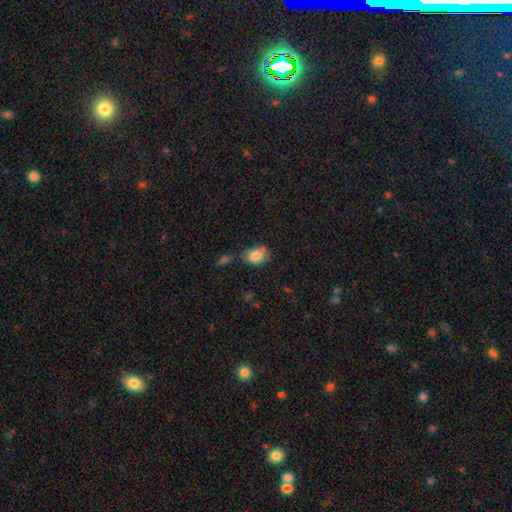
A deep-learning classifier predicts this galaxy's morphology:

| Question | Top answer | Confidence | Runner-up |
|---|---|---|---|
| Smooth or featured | smooth | 80% | featured or disk (11%) |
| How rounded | in between | 79% | round (20%) |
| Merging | none | 50% | minor disturbance (28%) |